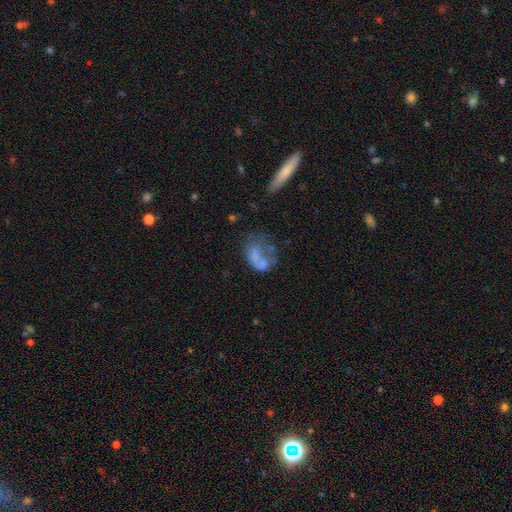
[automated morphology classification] Smooth or featured? Predicted: smooth (p=0.46). Merging? Predicted: major disturbance (p=0.40).